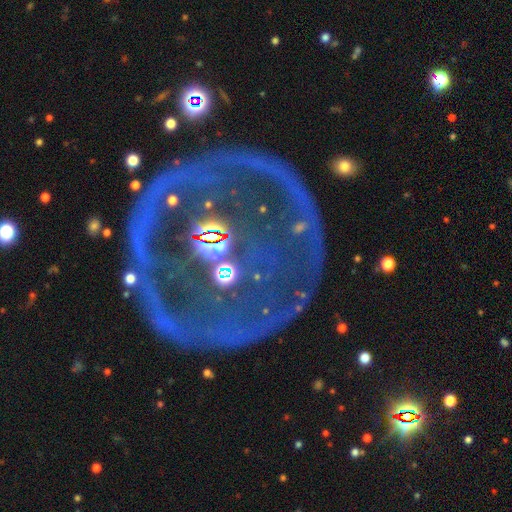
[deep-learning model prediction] Smooth or featured: featured or disk — 58% (star or artifact — 25%)
Edge-on disk: no — 84% (yes — 16%)
Merging: none — 70% (minor disturbance — 13%)